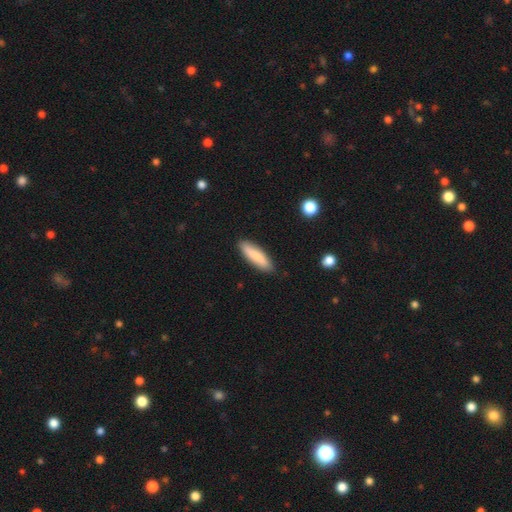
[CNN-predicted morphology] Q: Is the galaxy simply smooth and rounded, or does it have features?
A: smooth — 83%.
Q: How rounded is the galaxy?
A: cigar-shaped — 63%.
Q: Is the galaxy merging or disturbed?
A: none — 86%.